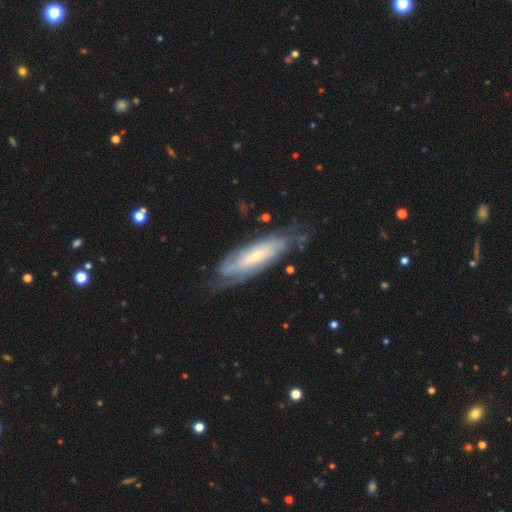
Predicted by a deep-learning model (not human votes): Q: Smooth or featured?
A: featured or disk (75%); runner-up: smooth (19%)
Q: Edge-on disk?
A: no (80%); runner-up: yes (20%)
Q: Bar?
A: no (63%); runner-up: weak (27%)
Q: Spiral arms?
A: yes (90%); runner-up: no (10%)
Q: Spiral winding?
A: tight (63%); runner-up: medium (28%)
Q: Spiral arm count?
A: can't tell (53%); runner-up: 2 (25%)
Q: Bulge size?
A: small (68%); runner-up: moderate (25%)
Q: Merging?
A: none (67%); runner-up: minor disturbance (22%)